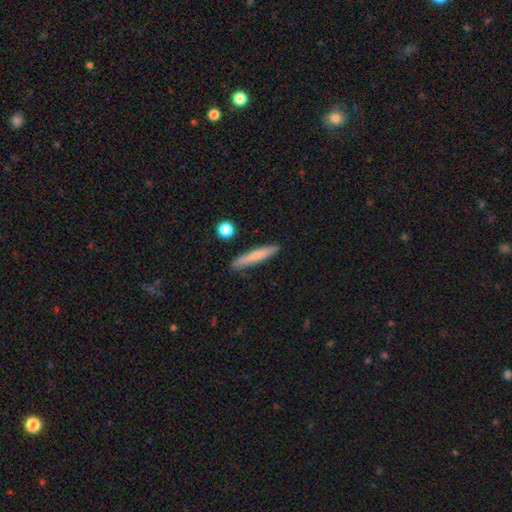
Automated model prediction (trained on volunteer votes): The model was most divided on "smooth or featured": smooth: 69%, featured or disk: 25%, star or artifact: 6%. More confident: how rounded — cigar-shaped (93%); merging — none (89%).